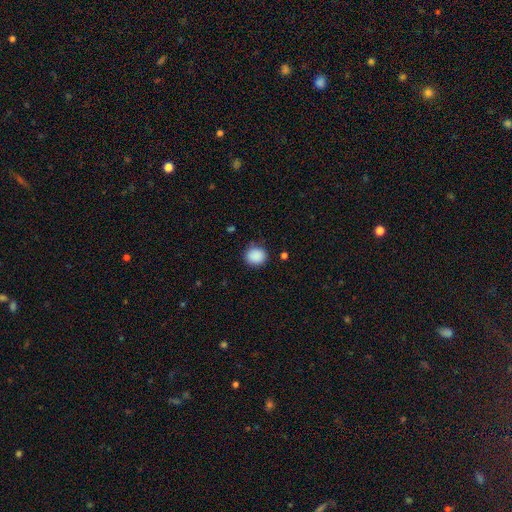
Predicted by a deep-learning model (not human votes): Morphology: type=smooth (89%); roundness=round (78%); merging=none (85%).